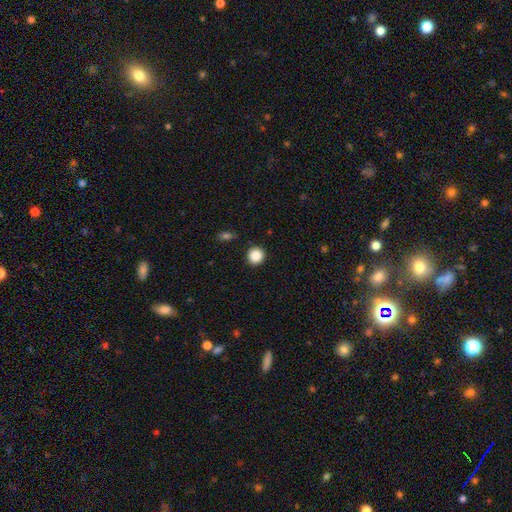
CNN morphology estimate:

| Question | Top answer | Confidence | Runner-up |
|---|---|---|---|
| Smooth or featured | smooth | 88% | star or artifact (9%) |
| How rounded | round | 93% | in between (6%) |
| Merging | none | 90% | minor disturbance (6%) |